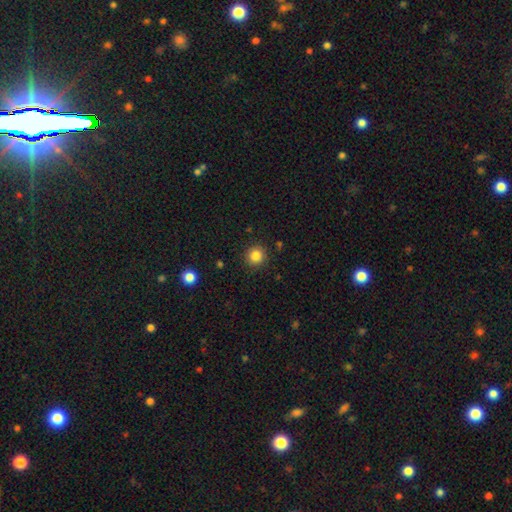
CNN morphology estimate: This is clearly a smooth galaxy (84%). How rounded: clearly round (93%). Merging: clearly none (90%).